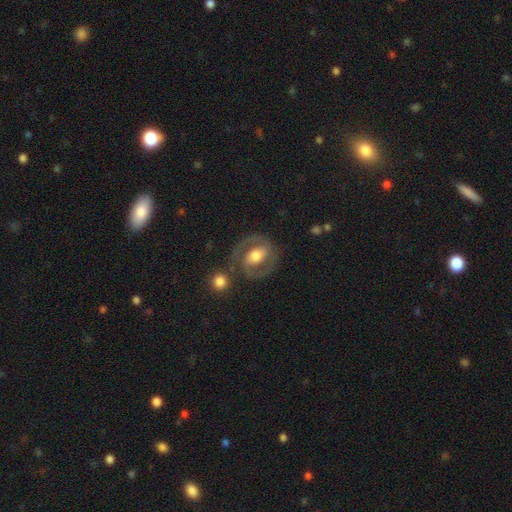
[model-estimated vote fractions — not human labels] A featured or disk galaxy (75%) with a weak bar (38%), 2 (88%) medium (52%) spiral arms (82%) and a moderate central bulge (66%).

Vote fractions:
- Smooth or featured? featured or disk: 75% / smooth: 19% / star or artifact: 6%
- Edge-on disk? no: 97% / yes: 3%
- Bar? weak: 38% / no: 31% / strong: 31%
- Spiral arms? yes: 82% / no: 18%
- Spiral winding? medium: 52% / tight: 36% / loose: 12%
- Spiral arm count? 2: 88% / can't tell: 5% / 1: 4% / 3: 1% / 4: 1% / more than 4: 1%
- Bulge size? moderate: 66% / large: 21% / small: 11% / dominant: 2% / none: 2%
- Merging? none: 72% / minor disturbance: 14% / major disturbance: 8% / merger: 6%